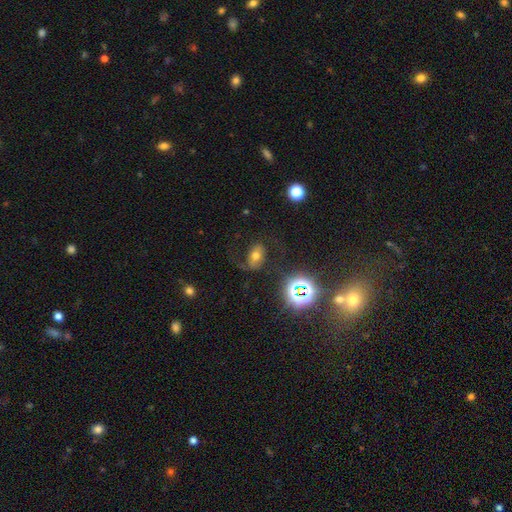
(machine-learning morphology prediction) Smooth or featured?
  - smooth: 46% *
  - featured or disk: 31%
  - star or artifact: 23%
Merging?
  - none: 61% *
  - minor disturbance: 19%
  - major disturbance: 17%
  - merger: 3%